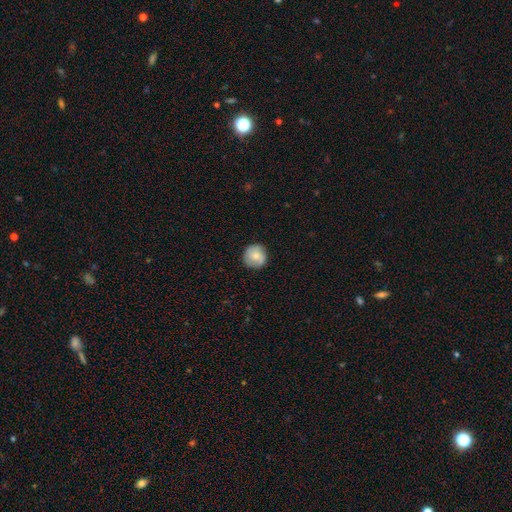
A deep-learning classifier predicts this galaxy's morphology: This is likely a smooth galaxy (66%). How rounded: clearly round (93%). Merging: clearly none (85%).